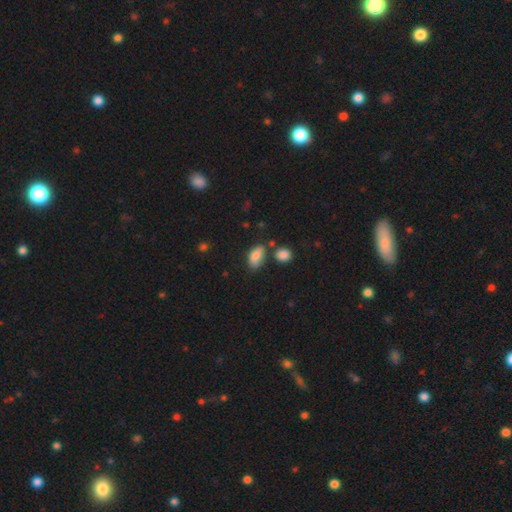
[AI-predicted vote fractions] Overall: smooth (83%). How rounded: in between (91%). Merging: none (61%; minor disturbance 23%).